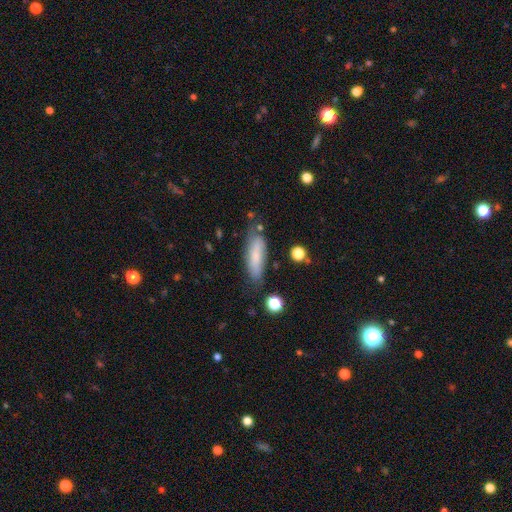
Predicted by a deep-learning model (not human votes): smooth-or-featured: smooth: 72% | featured or disk: 21% | star or artifact: 7%
  how-rounded: cigar-shaped: 53% | in between: 45% | round: 2%
  merging: none: 69% | minor disturbance: 22% | major disturbance: 6% | merger: 4%